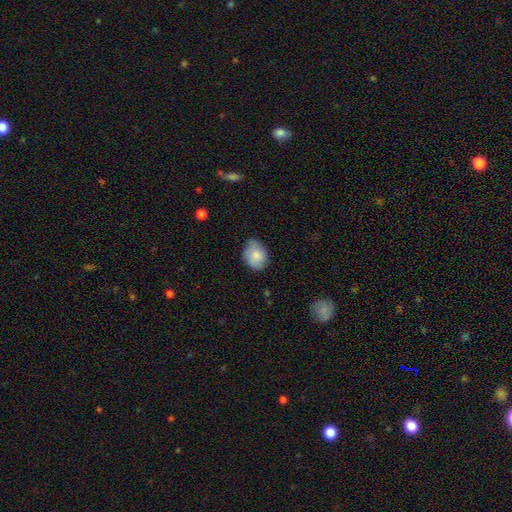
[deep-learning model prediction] Overall: smooth (81%). How rounded: in between (63%; round 36%). Merging: none (70%).